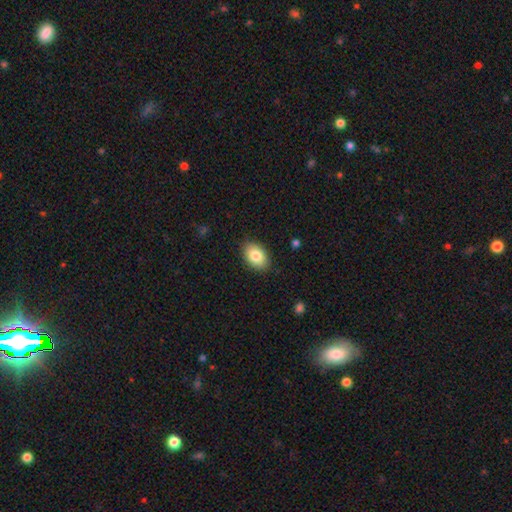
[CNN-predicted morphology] smooth 83%, featured or disk 10%, star or artifact 7%. Down the decision tree: how rounded — in between (88%); merging — none (87%).